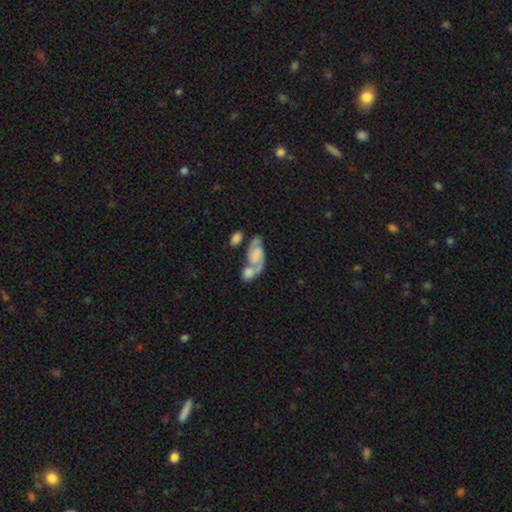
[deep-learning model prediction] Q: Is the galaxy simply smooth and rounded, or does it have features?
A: featured or disk — 67%.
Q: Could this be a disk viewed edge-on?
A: no — 95%.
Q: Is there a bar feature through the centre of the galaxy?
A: no — 58%.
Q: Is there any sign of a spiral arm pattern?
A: yes — 87%.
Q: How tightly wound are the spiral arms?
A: medium — 46%.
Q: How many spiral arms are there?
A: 2 — 82%.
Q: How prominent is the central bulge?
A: none — 47%.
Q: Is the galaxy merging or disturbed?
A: merger — 54%.